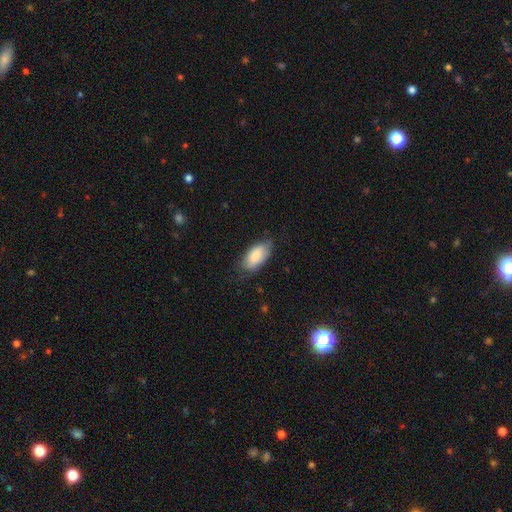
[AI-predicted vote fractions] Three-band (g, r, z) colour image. It shows a smooth galaxy with no disk features (84%) that is in between round and cigar-shaped (92%). Merging: none (70%).